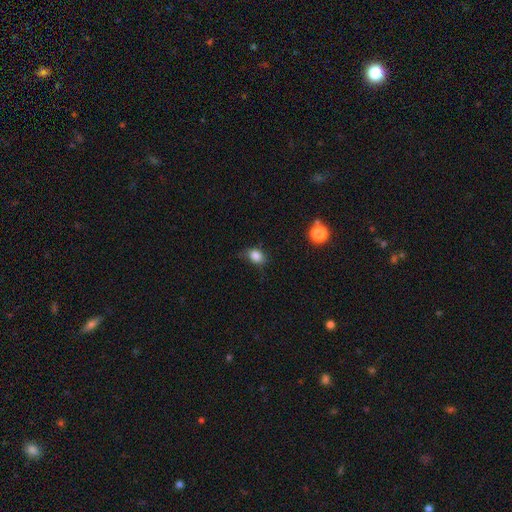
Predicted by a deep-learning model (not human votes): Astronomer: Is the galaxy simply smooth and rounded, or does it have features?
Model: smooth — 84%.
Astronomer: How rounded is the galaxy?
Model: in between — 69%.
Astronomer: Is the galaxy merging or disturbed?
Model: none — 58%.